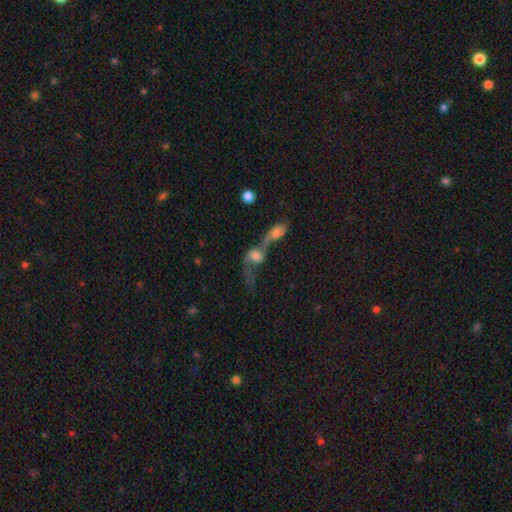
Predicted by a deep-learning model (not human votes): Overall: featured or disk (45%; smooth 42%). Merging: merger (76%).